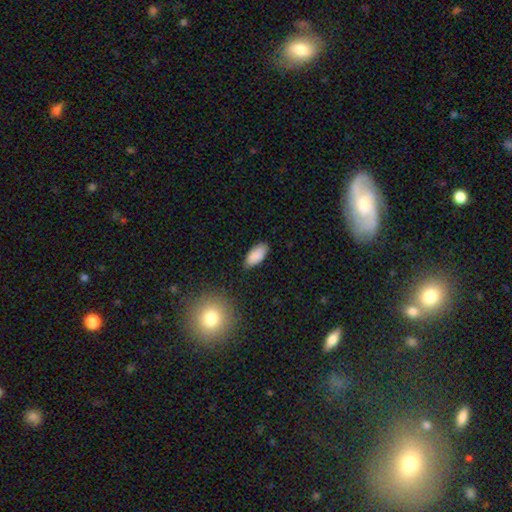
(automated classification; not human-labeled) Morphology: type=smooth (88%); roundness=in between (90%); merging=none (81%).